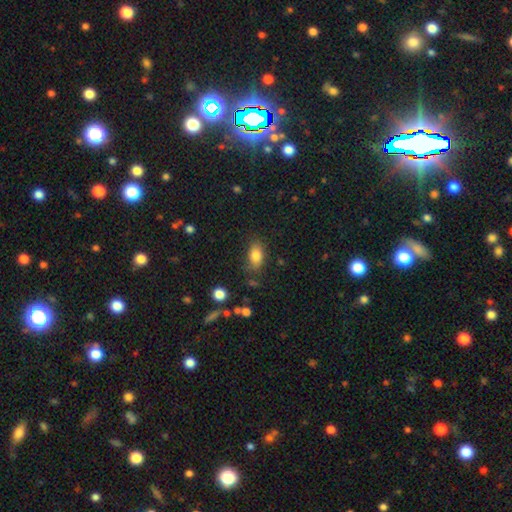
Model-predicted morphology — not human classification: Q: Smooth or featured?
A: smooth (83%); runner-up: star or artifact (9%)
Q: How rounded?
A: in between (87%); runner-up: round (10%)
Q: Merging?
A: none (77%); runner-up: minor disturbance (16%)